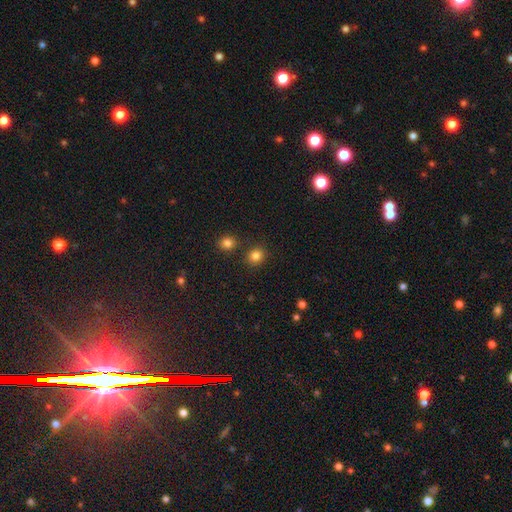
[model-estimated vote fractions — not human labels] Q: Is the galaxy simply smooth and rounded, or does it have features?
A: smooth — 84%.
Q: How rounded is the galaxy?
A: round — 81%.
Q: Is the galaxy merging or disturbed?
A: none — 84%.